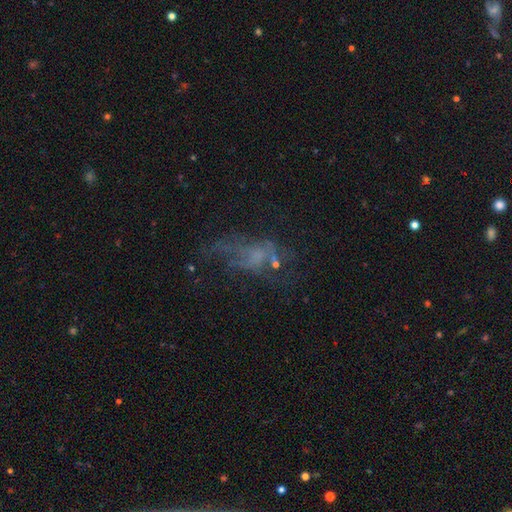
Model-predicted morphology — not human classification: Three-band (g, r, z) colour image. It shows a featured or disk galaxy (50%). Merging: major disturbance (42%).